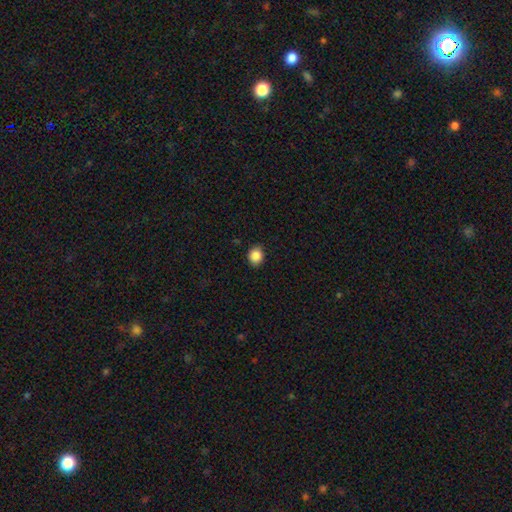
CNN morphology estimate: Smooth or featured: smooth — 87% (star or artifact — 9%)
How rounded: round — 64% (in between — 35%)
Merging: none — 87% (minor disturbance — 10%)